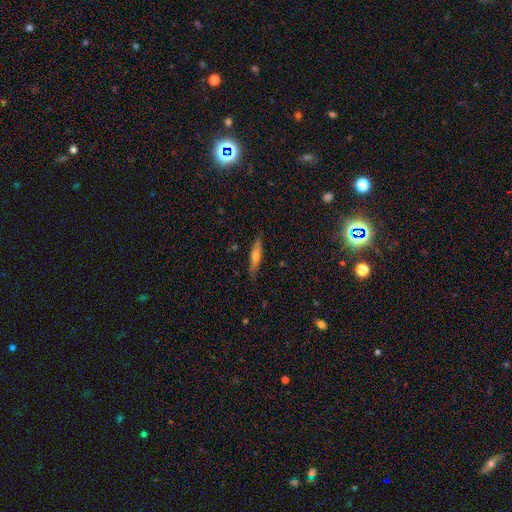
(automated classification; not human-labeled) Smooth or featured? smooth (50%)
How rounded? cigar-shaped (77%)
Merging? none (84%)